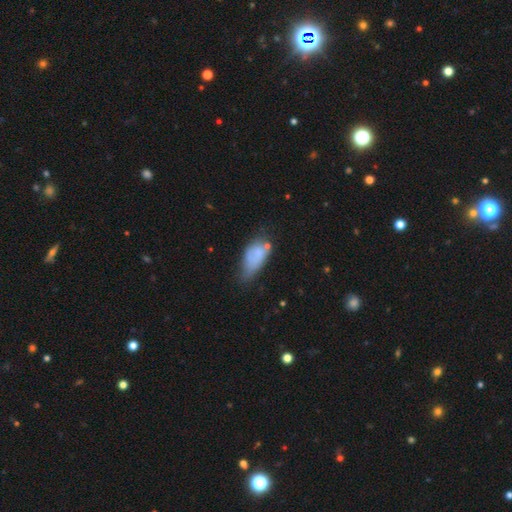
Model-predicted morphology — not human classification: type=smooth (70%); roundness=in between (86%); merging=minor disturbance (38%).